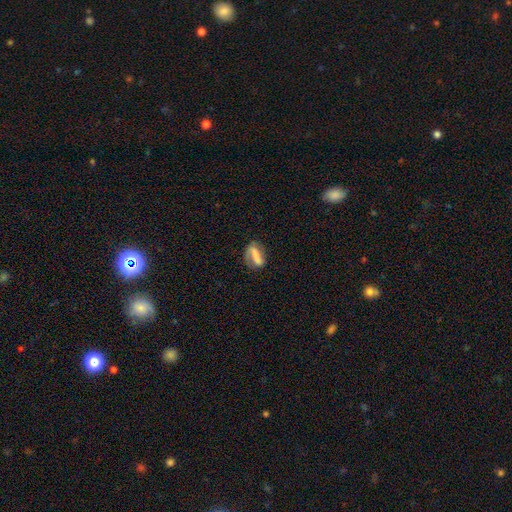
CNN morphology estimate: Overall: smooth (47%; featured or disk 44%). Merging: none (61%; minor disturbance 24%).